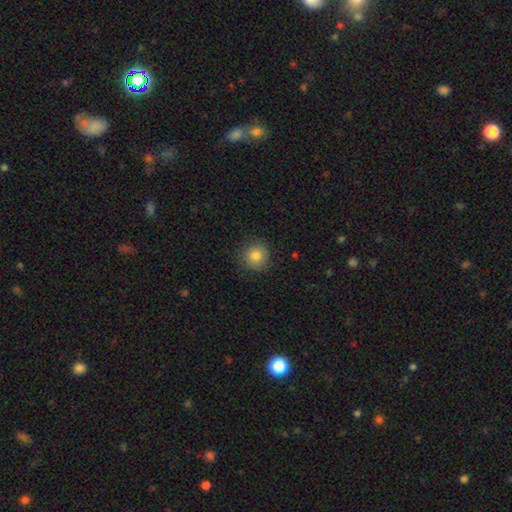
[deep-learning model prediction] A smooth galaxy with no disk features (82%) that is round (92%). Merging: none (83%).